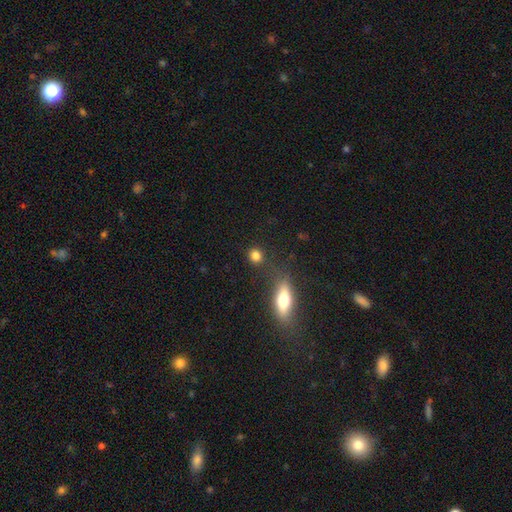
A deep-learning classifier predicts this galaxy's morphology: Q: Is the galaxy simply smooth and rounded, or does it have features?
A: smooth — 82%.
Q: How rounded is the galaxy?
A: round — 78%.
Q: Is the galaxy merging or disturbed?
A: none — 78%.